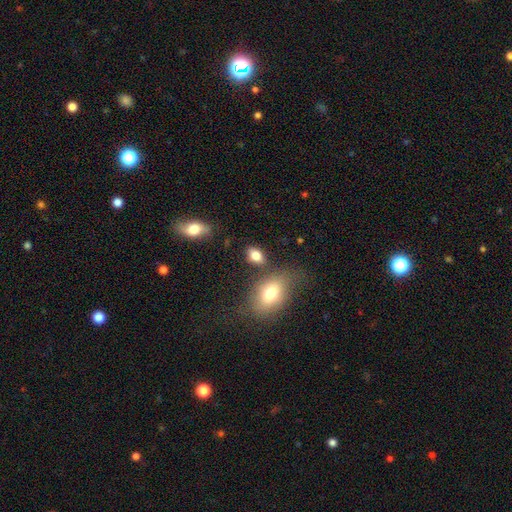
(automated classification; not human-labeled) Smooth or featured: smooth — 81% (star or artifact — 10%)
How rounded: in between — 84% (round — 14%)
Merging: none — 71% (minor disturbance — 13%)